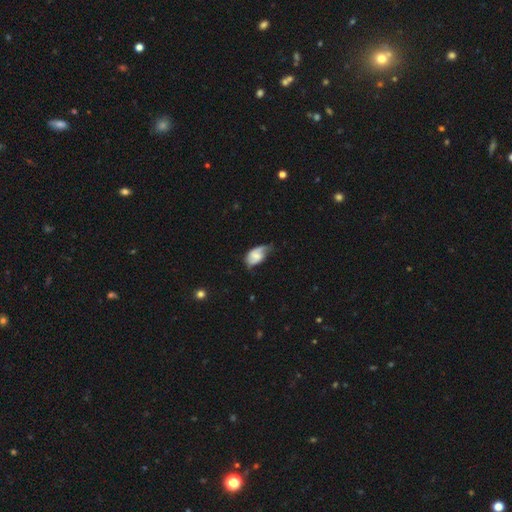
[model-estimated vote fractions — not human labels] A smooth galaxy with no disk features (50%) that is in between round and cigar-shaped (89%). Merging: minor disturbance (40%).